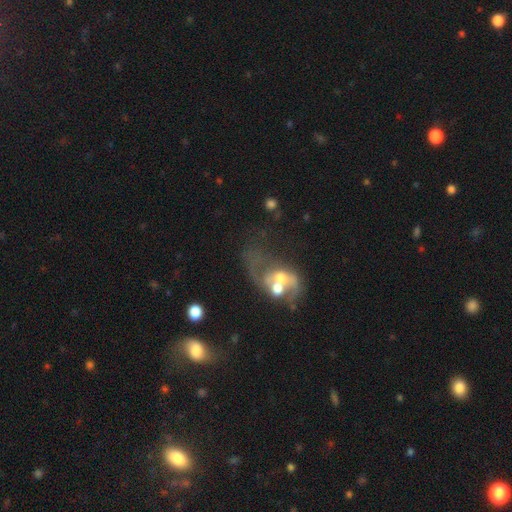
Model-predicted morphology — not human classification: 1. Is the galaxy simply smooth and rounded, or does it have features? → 63% featured or disk, 22% smooth, 15% star or artifact.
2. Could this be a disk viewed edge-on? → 96% no, 4% yes.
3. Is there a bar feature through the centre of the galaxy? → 67% no, 26% weak, 7% strong.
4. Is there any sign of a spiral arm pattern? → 60% yes, 40% no.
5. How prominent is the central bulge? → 50% moderate, 28% small, 10% none, 9% large, 3% dominant.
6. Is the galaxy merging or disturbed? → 55% merger, 19% major disturbance, 17% none, 9% minor disturbance.